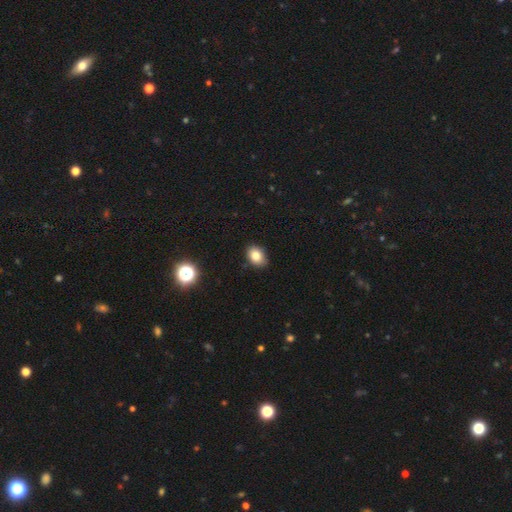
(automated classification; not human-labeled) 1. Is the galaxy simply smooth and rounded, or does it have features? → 81% smooth, 11% star or artifact, 8% featured or disk.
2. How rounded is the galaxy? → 75% in between, 24% round, 1% cigar-shaped.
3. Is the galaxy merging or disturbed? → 87% none, 10% minor disturbance, 2% major disturbance, 1% merger.